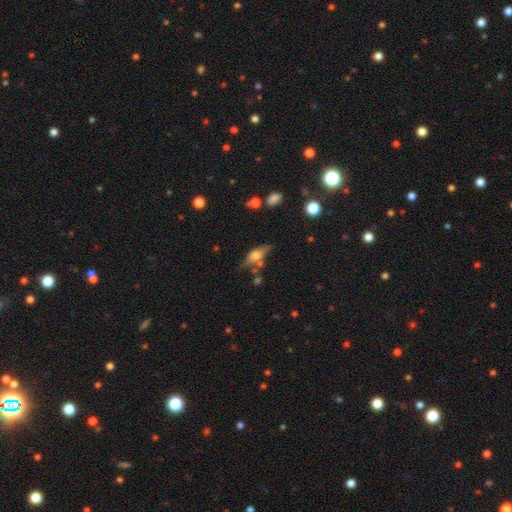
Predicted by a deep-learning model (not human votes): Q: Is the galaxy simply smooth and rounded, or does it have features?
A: smooth — 50%.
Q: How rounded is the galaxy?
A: in between — 64%.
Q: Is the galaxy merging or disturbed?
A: none — 53%.